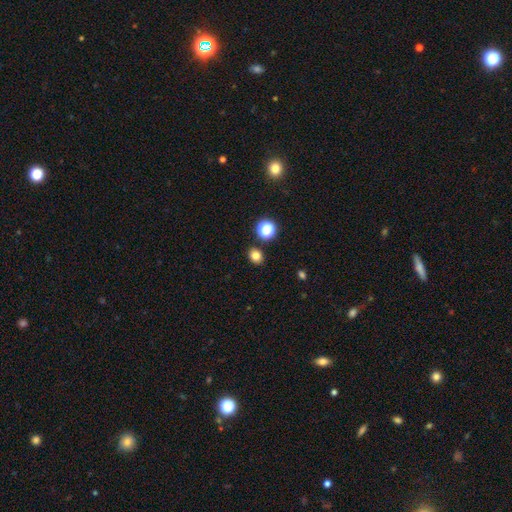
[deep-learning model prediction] smooth 79%, star or artifact 15%, featured or disk 6%. Down the decision tree: how rounded — round (63%); merging — none (87%).